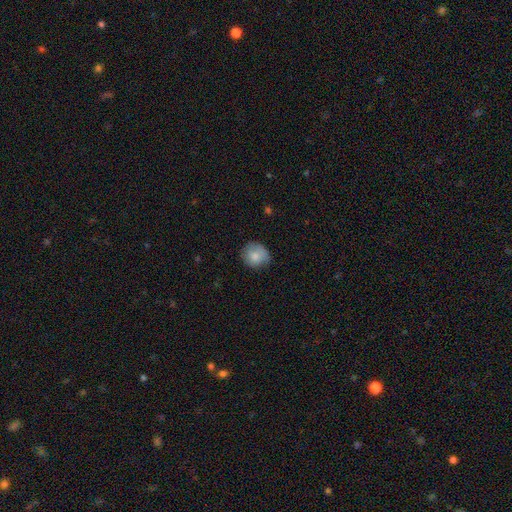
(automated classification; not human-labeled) This appears to be a smooth galaxy with no disk features (78%) that is round (83%). Merging: none (71%).